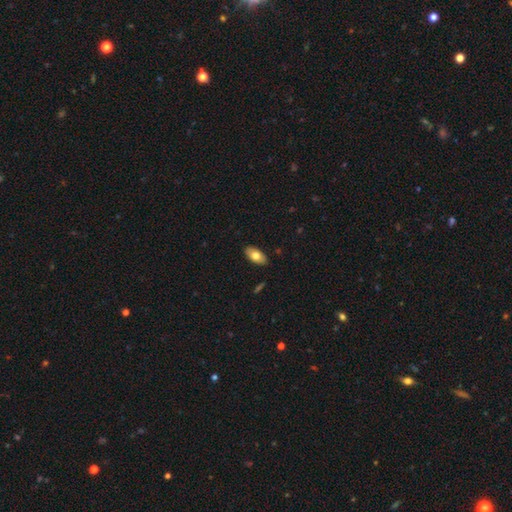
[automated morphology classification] smooth-or-featured: smooth: 75% | featured or disk: 19% | star or artifact: 6%
  how-rounded: in between: 93% | cigar-shaped: 4% | round: 3%
  merging: none: 88% | minor disturbance: 9% | major disturbance: 2% | merger: 1%